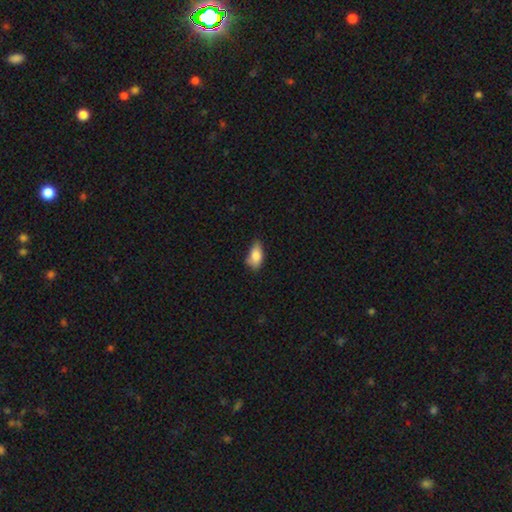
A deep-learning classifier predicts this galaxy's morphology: Smooth or featured? smooth (84%)
How rounded? in between (90%)
Merging? none (55%)